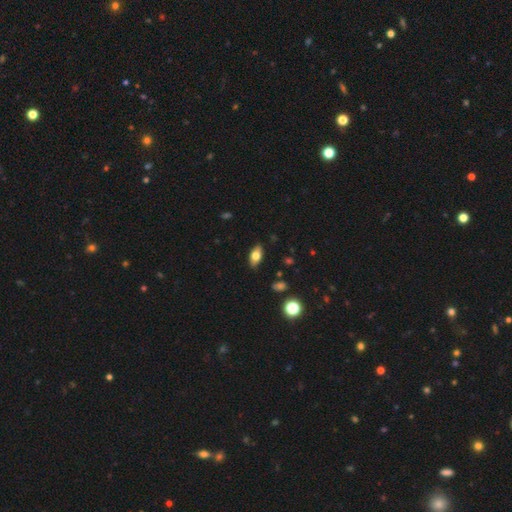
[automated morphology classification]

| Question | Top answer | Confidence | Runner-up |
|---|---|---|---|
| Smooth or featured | smooth | 74% | featured or disk (17%) |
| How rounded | in between | 89% | cigar-shaped (6%) |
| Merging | none | 86% | minor disturbance (11%) |